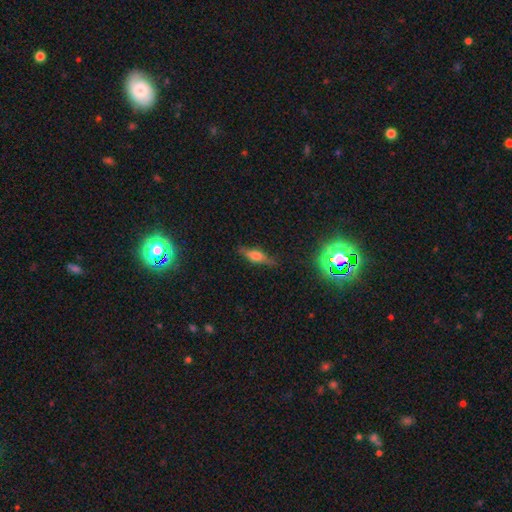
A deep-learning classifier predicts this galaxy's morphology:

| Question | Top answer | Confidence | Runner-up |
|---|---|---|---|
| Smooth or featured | featured or disk | 49% | smooth (38%) |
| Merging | none | 80% | minor disturbance (14%) |